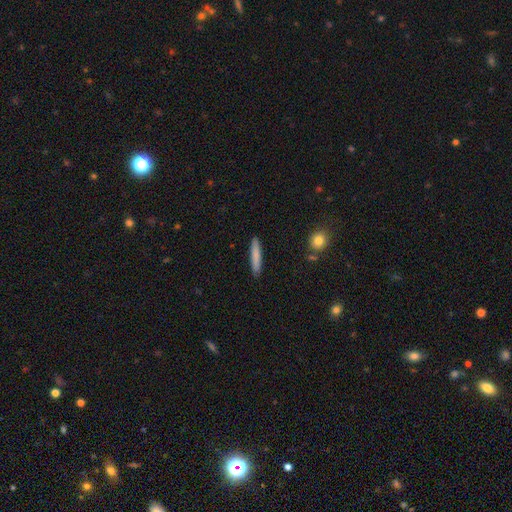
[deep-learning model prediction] The model was most divided on "smooth or featured": smooth: 78%, featured or disk: 16%, star or artifact: 6%. More confident: how rounded — cigar-shaped (93%); merging — none (90%).